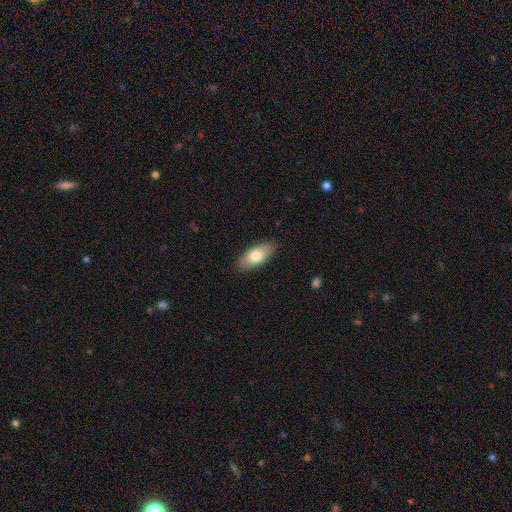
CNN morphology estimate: This is likely a smooth galaxy (76%). How rounded: clearly in between (87%). Merging: clearly none (88%).